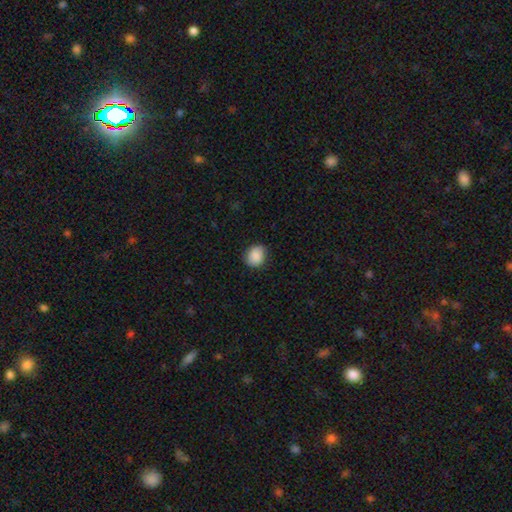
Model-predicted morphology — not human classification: Smooth or featured: smooth — 89% (star or artifact — 7%)
How rounded: round — 63% (in between — 36%)
Merging: none — 84% (minor disturbance — 12%)